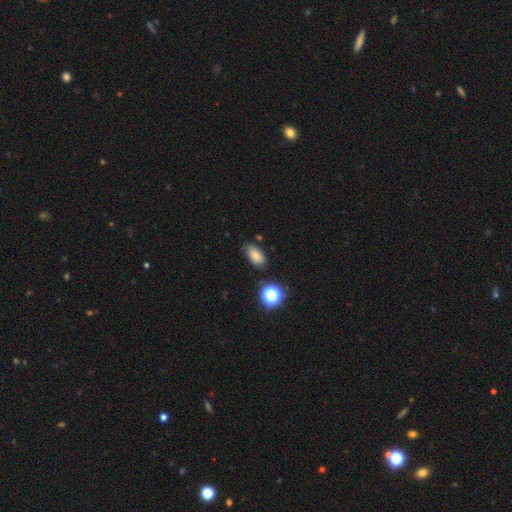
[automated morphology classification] Smooth or featured? Predicted: smooth (p=0.77). How rounded? Predicted: in between (p=0.90). Merging? Predicted: none (p=0.73).